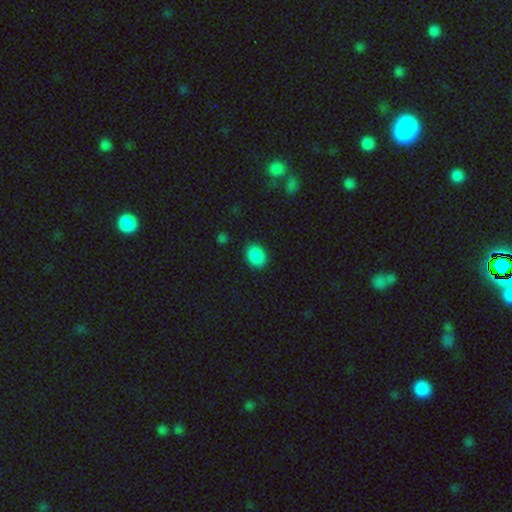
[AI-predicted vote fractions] Smooth or featured?
  - smooth: 89% *
  - star or artifact: 8%
  - featured or disk: 3%
How rounded?
  - in between: 66% *
  - round: 33%
  - cigar-shaped: 1%
Merging?
  - none: 88% *
  - minor disturbance: 8%
  - major disturbance: 2%
  - merger: 1%